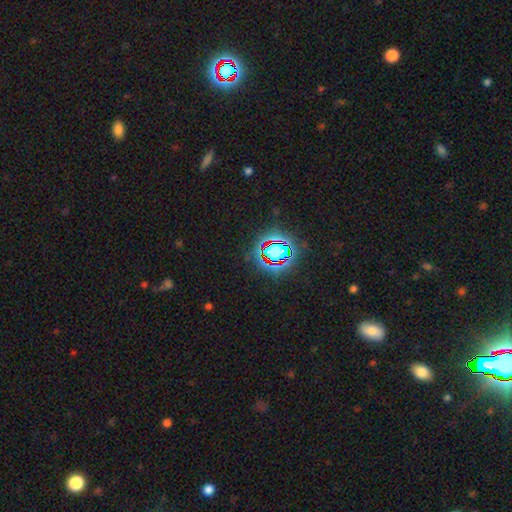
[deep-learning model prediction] A star or artifact, not a galaxy (79%).